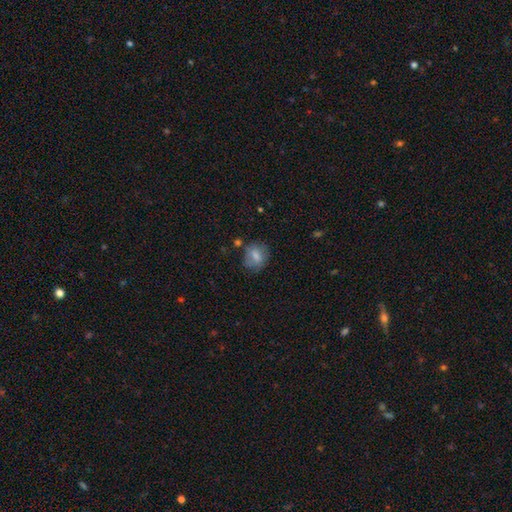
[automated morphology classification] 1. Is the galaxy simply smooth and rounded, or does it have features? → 74% smooth, 17% featured or disk, 9% star or artifact.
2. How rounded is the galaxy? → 58% round, 41% in between, 1% cigar-shaped.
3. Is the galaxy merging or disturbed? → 61% none, 24% minor disturbance, 9% major disturbance, 5% merger.